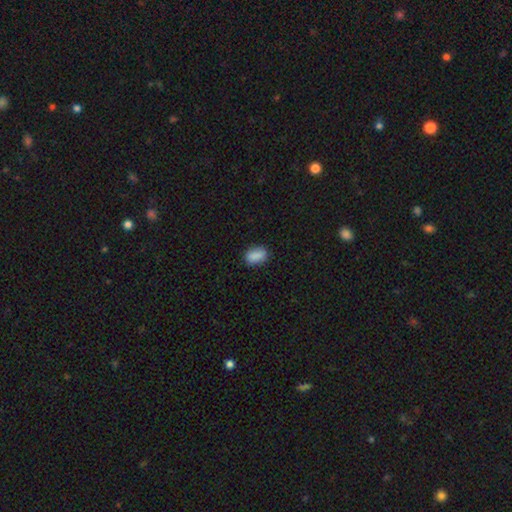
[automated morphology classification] The model was most divided on "merging": none: 83%, minor disturbance: 13%, major disturbance: 3%, merger: 1%. More confident: smooth or featured — smooth (88%); how rounded — in between (86%).